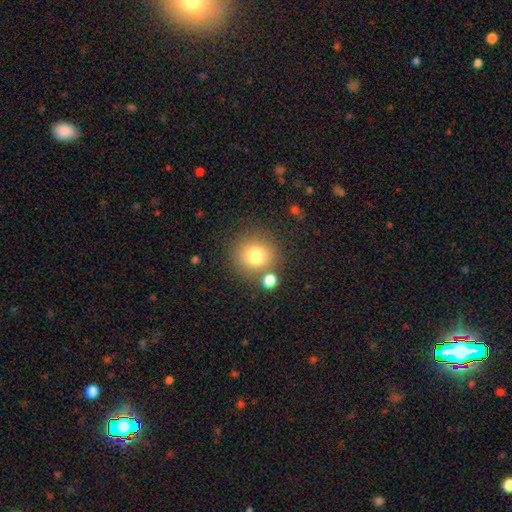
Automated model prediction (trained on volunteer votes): The model was most divided on "smooth or featured": smooth: 77%, star or artifact: 13%, featured or disk: 10%. More confident: how rounded — round (92%); merging — none (76%).